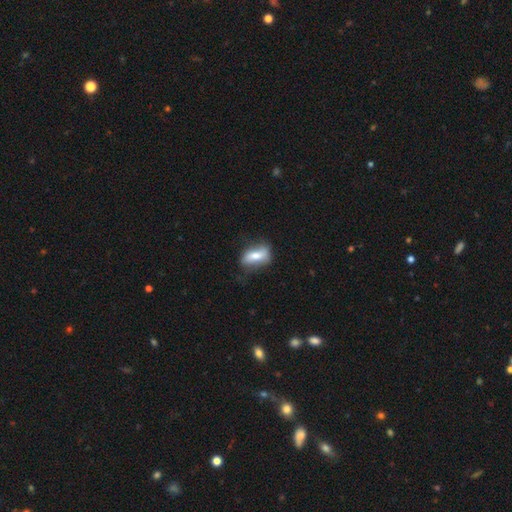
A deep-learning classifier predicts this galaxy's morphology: smooth_or_featured: smooth (p=0.62) [alt: featured or disk p=0.31]
how_rounded: in between (p=0.81) [alt: cigar-shaped p=0.14]
merging: none (p=0.59) [alt: minor disturbance p=0.28]